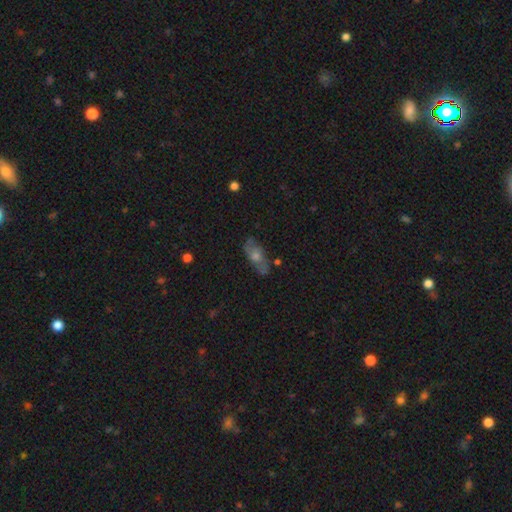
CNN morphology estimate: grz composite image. It shows a featured or disk galaxy (52%). Merging: none (77%).